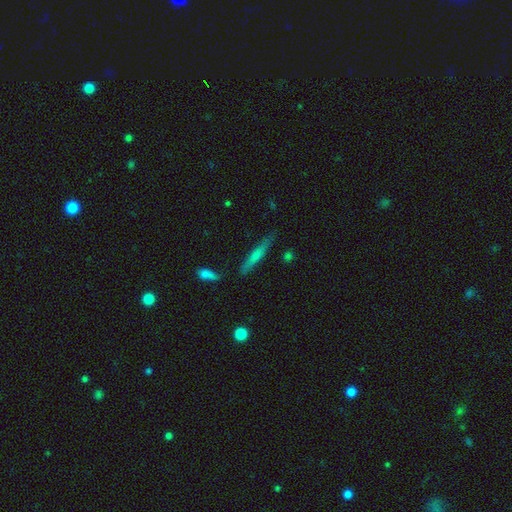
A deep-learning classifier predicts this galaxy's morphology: Q: Smooth or featured?
A: smooth (53%); runner-up: featured or disk (40%)
Q: How rounded?
A: cigar-shaped (92%); runner-up: in between (6%)
Q: Merging?
A: none (81%); runner-up: minor disturbance (13%)